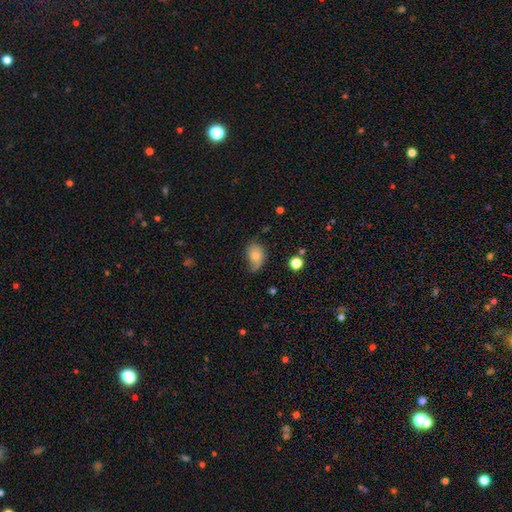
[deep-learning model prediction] Morphology: type=smooth (73%); roundness=in between (76%); merging=none (47%).